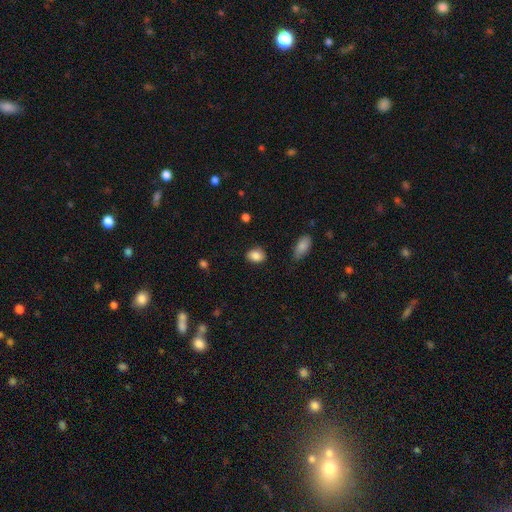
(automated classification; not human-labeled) This is clearly a smooth galaxy (86%). How rounded: likely in between (68%). Merging: clearly none (82%).